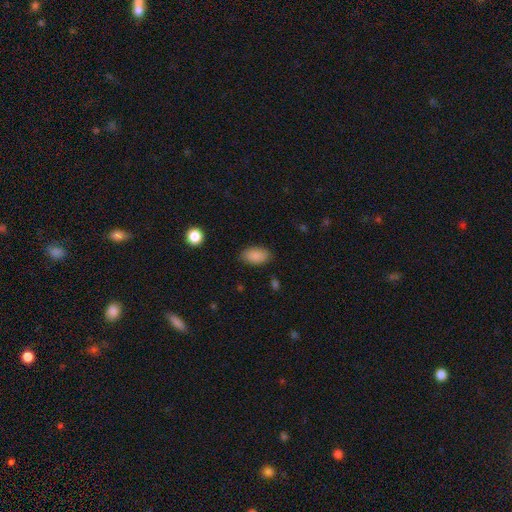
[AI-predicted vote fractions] smooth 88%, star or artifact 7%, featured or disk 4%. Down the decision tree: how rounded — in between (93%); merging — none (84%).